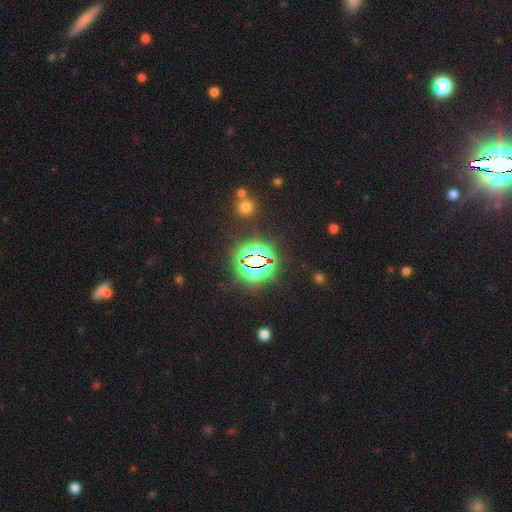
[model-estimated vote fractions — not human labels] A star or artifact, not a galaxy (80%).

Vote fractions:
- Smooth or featured? star or artifact: 80% / smooth: 12% / featured or disk: 8%